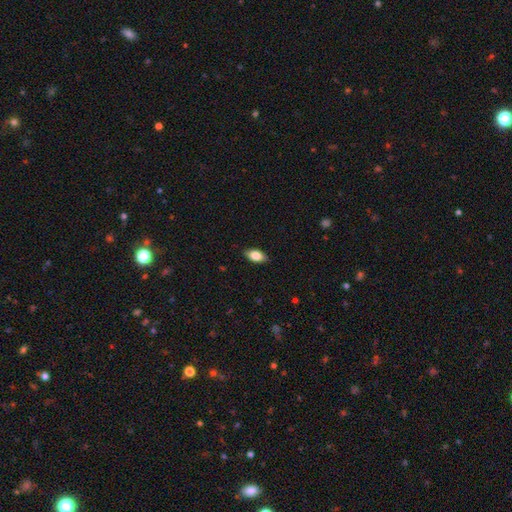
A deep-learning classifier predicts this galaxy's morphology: Smooth or featured? smooth (80%)
How rounded? in between (90%)
Merging? none (87%)